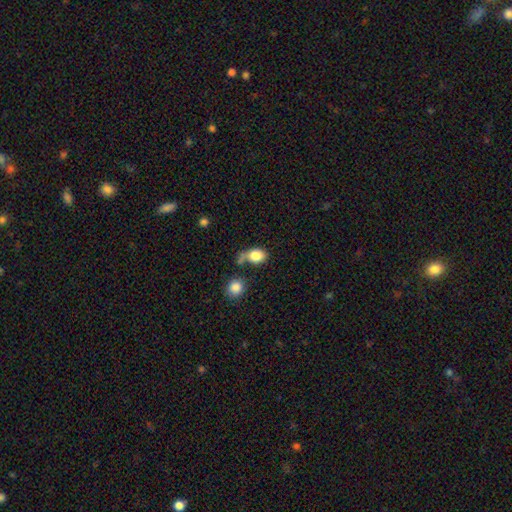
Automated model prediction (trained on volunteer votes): This is clearly a smooth galaxy (82%). How rounded: likely in between (64%). Merging: marginally none (37%).